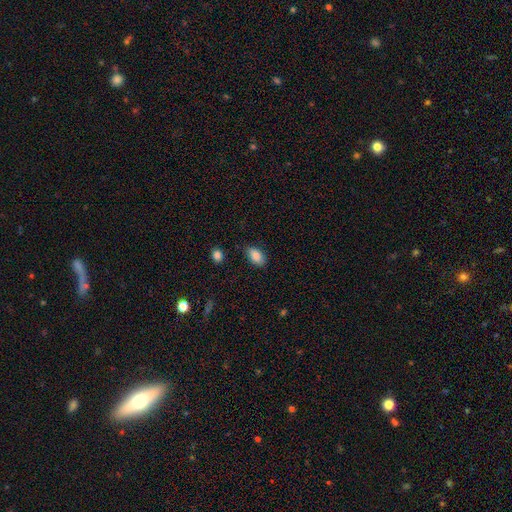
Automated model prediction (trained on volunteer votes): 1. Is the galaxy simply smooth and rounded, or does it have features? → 87% smooth, 8% star or artifact, 5% featured or disk.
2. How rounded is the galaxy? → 91% in between, 7% round, 2% cigar-shaped.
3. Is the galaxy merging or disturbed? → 80% none, 15% minor disturbance, 3% major disturbance, 2% merger.